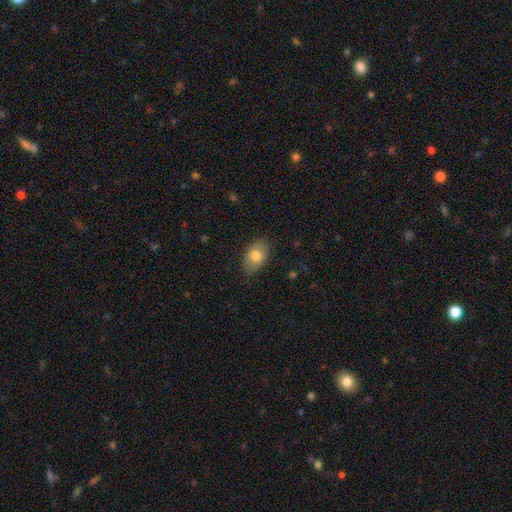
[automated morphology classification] A smooth galaxy with no disk features (79%) that is in between round and cigar-shaped (87%).

Vote fractions:
- Smooth or featured? smooth: 79% / featured or disk: 14% / star or artifact: 7%
- How rounded? in between: 87% / round: 12% / cigar-shaped: 1%
- Merging? none: 79% / minor disturbance: 16% / major disturbance: 3% / merger: 1%